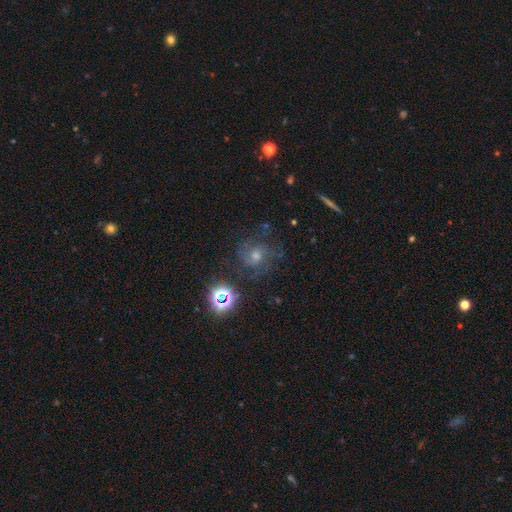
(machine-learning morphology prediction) type=featured or disk (60%); edge-on=no (97%); bar=no (68%); spiral arms=yes (92%); winding=tight (49%); arm count=can't tell (30%); bulge=moderate (56%); merging=none (75%).